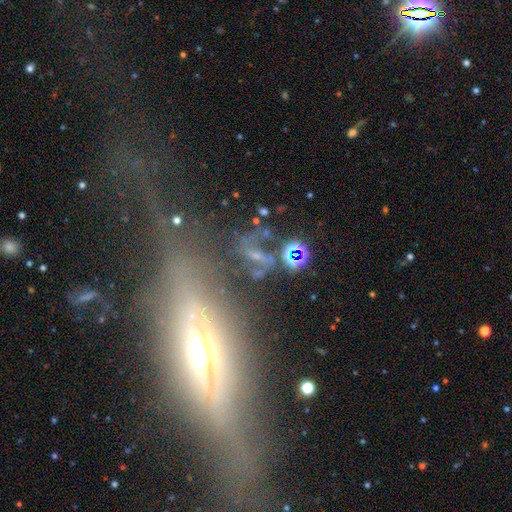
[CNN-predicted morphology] featured or disk 47%, star or artifact 32%, smooth 21%. Down the decision tree: merging — none (44%).